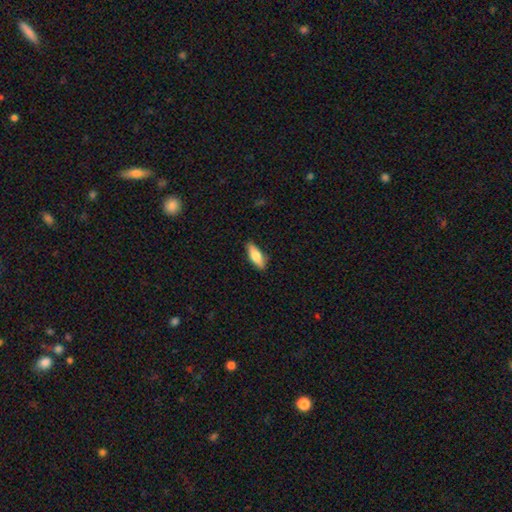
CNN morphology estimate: type=smooth (69%); roundness=in between (59%); merging=none (85%).